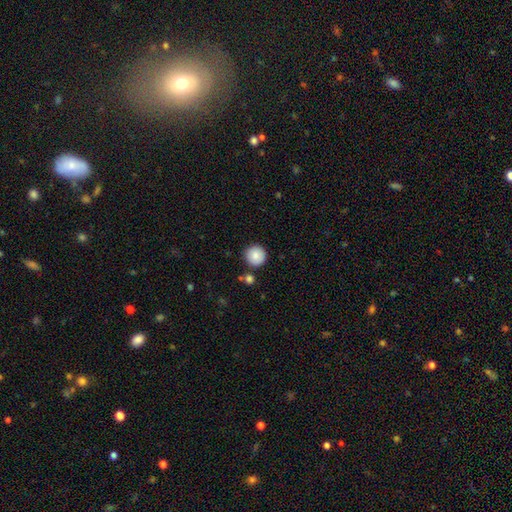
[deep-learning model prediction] smooth 86%, star or artifact 8%, featured or disk 6%. Down the decision tree: how rounded — round (95%); merging — none (87%).